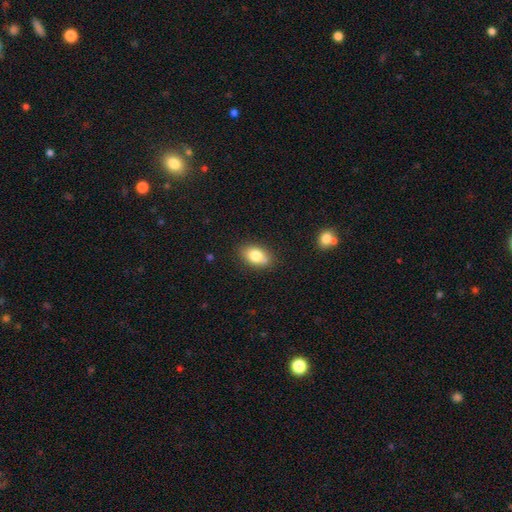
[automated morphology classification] Smooth or featured?
  - smooth: 80% *
  - featured or disk: 12%
  - star or artifact: 8%
How rounded?
  - in between: 86% *
  - round: 12%
  - cigar-shaped: 2%
Merging?
  - none: 79% *
  - minor disturbance: 15%
  - merger: 3%
  - major disturbance: 3%